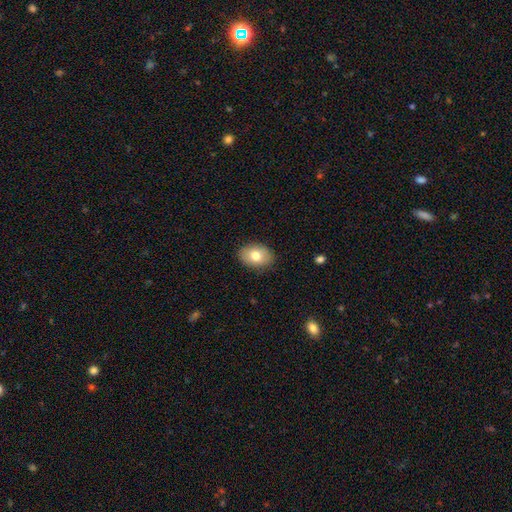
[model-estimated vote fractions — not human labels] A smooth galaxy with no disk features (76%) that is in between round and cigar-shaped (79%).

Vote fractions:
- Smooth or featured? smooth: 76% / featured or disk: 17% / star or artifact: 8%
- How rounded? in between: 79% / round: 20% / cigar-shaped: 1%
- Merging? none: 87% / minor disturbance: 10% / major disturbance: 2% / merger: 1%